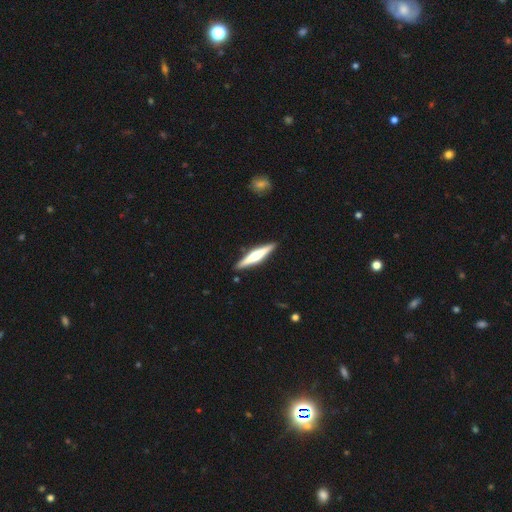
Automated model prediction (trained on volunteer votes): smooth-or-featured: featured or disk: 63% | smooth: 32% | star or artifact: 5%
  disk-edge-on: yes: 97% | no: 3%
    edge-on-bulge: rounded: 77% | boxy: 15% | none: 8%
  merging: none: 90% | minor disturbance: 7% | major disturbance: 2% | merger: 1%